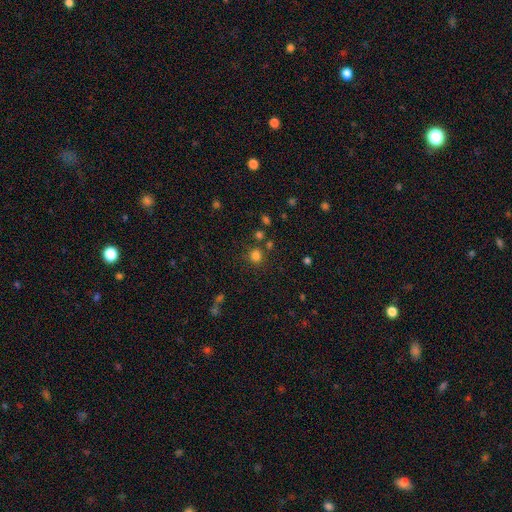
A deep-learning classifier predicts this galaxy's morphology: A smooth galaxy with no disk features (77%) that is round (82%).

Vote fractions:
- Smooth or featured? smooth: 77% / star or artifact: 17% / featured or disk: 5%
- How rounded? round: 82% / in between: 17% / cigar-shaped: 1%
- Merging? none: 75% / minor disturbance: 10% / merger: 10% / major disturbance: 5%